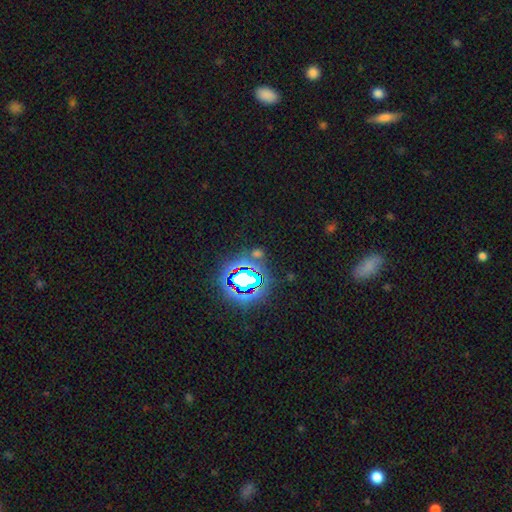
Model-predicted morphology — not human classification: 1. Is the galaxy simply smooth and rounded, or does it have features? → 70% star or artifact, 20% smooth, 10% featured or disk.